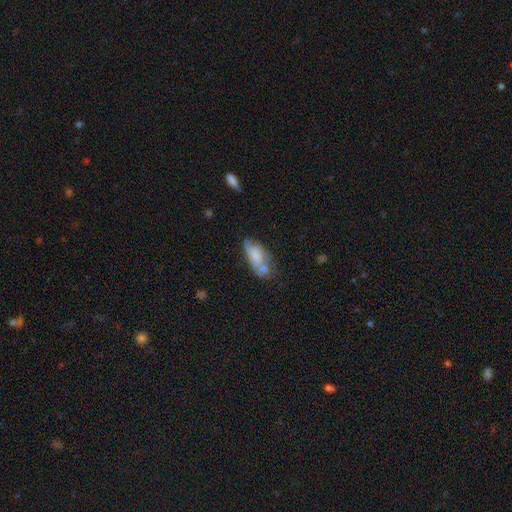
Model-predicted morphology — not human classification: The model was most divided on "merging": none: 34%, merger: 31%, minor disturbance: 23%, major disturbance: 11%. More confident: how rounded — in between (83%); smooth or featured — smooth (63%).